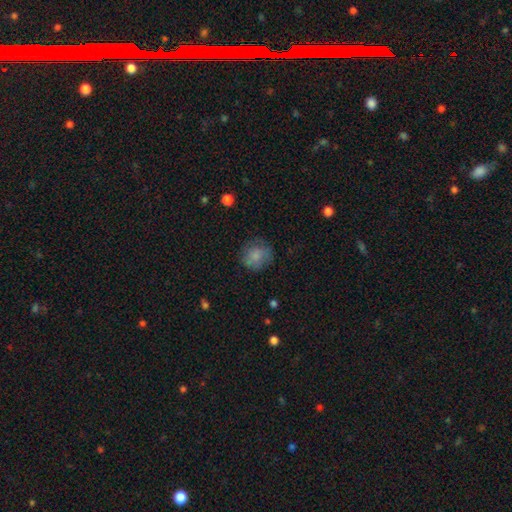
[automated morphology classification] A smooth galaxy with no disk features (80%) that is round (80%).

Vote fractions:
- Smooth or featured? smooth: 80% / featured or disk: 11% / star or artifact: 9%
- How rounded? round: 80% / in between: 19% / cigar-shaped: 1%
- Merging? none: 72% / minor disturbance: 19% / major disturbance: 8% / merger: 1%